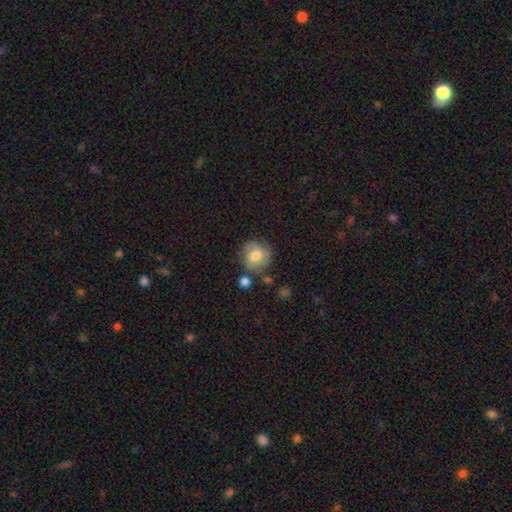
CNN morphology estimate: The model was most divided on "smooth or featured": smooth: 66%, featured or disk: 25%, star or artifact: 9%. More confident: how rounded — round (86%); merging — none (69%).